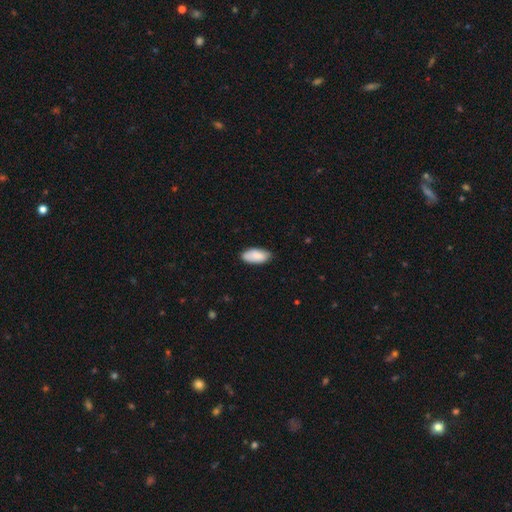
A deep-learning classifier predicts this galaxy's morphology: smooth 85%, featured or disk 9%, star or artifact 6%. Down the decision tree: how rounded — in between (92%); merging — none (80%).